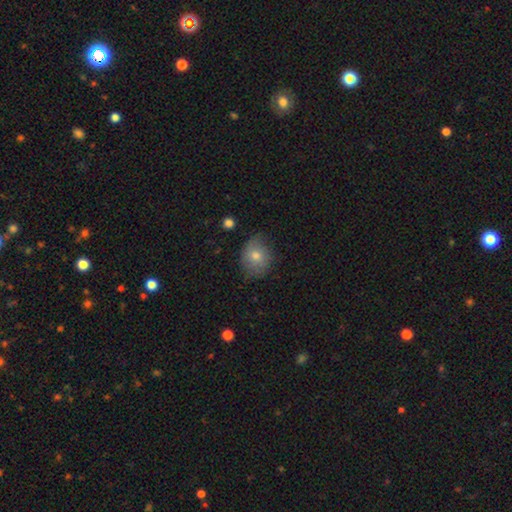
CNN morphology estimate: The model was most divided on "how rounded": round: 55%, in between: 44%, cigar-shaped: 1%. More confident: smooth or featured — smooth (75%); merging — none (64%).